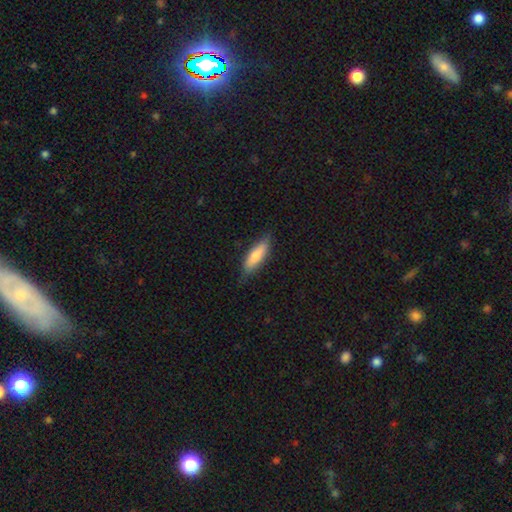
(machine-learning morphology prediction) This appears to be a smooth galaxy with no disk features (72%) that is cigar-shaped (61%). Merging: none (79%).